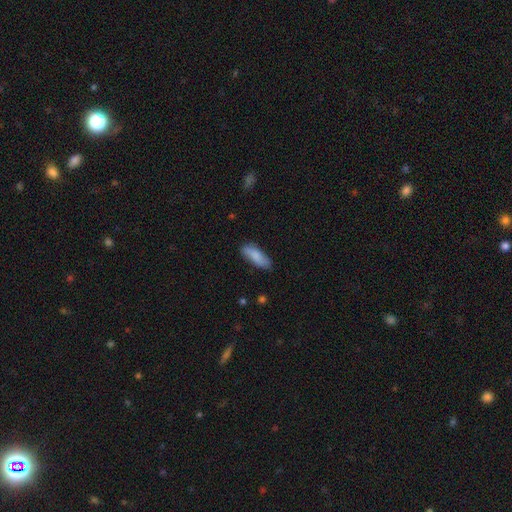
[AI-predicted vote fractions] Smooth or featured? smooth (82%)
How rounded? in between (65%)
Merging? none (80%)